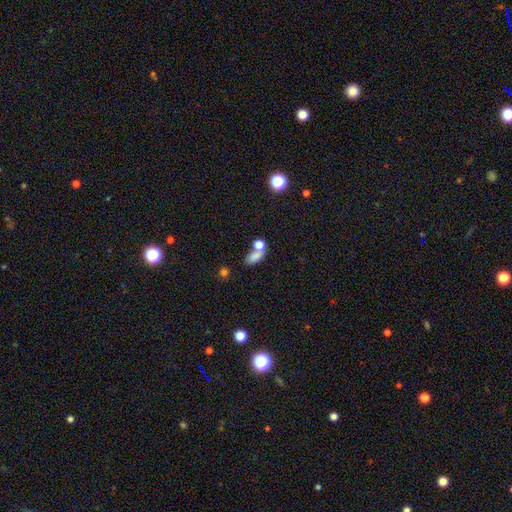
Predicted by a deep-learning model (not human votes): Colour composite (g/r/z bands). It shows a smooth galaxy with no disk features (76%) that is in between round and cigar-shaped (79%). Merging: merger (44%).